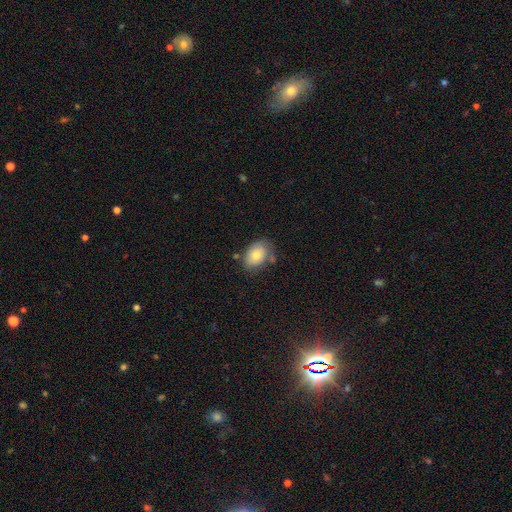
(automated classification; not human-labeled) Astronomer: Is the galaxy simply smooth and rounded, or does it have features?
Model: smooth — 78%.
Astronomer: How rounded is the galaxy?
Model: in between — 82%.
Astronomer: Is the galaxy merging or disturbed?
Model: none — 64%.